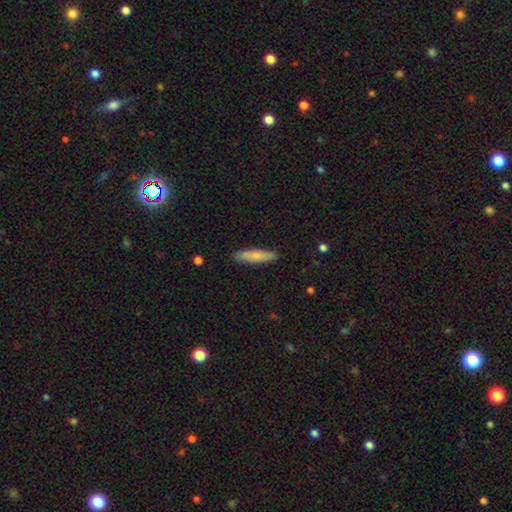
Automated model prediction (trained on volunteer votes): Q: Smooth or featured?
A: smooth (77%); runner-up: featured or disk (17%)
Q: How rounded?
A: cigar-shaped (86%); runner-up: in between (13%)
Q: Merging?
A: none (90%); runner-up: minor disturbance (8%)